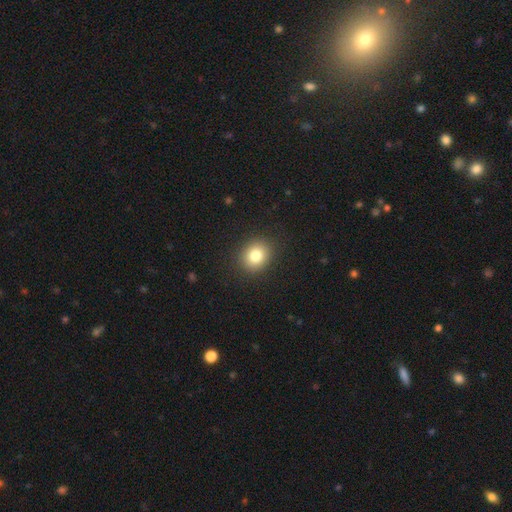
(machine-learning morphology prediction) smooth 81%, star or artifact 11%, featured or disk 8%. Down the decision tree: how rounded — round (72%); merging — none (90%).